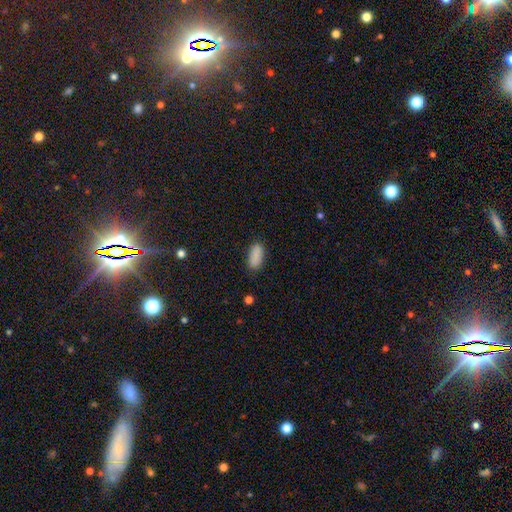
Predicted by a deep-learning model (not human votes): Morphology: type=smooth (88%); roundness=in between (88%); merging=none (82%).